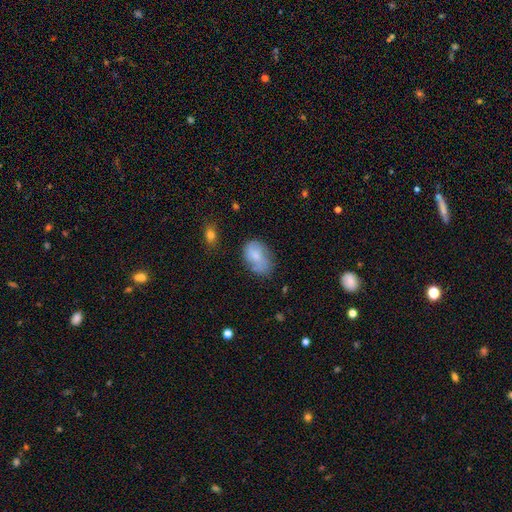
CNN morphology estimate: smooth_or_featured: smooth (p=0.66) [alt: featured or disk p=0.26]
how_rounded: in between (p=0.85) [alt: round p=0.13]
merging: none (p=0.58) [alt: minor disturbance p=0.28]